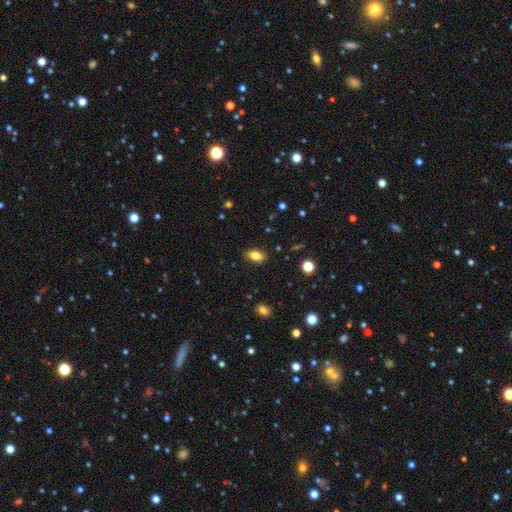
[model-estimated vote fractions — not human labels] smooth 82%, star or artifact 9%, featured or disk 9%. Down the decision tree: how rounded — in between (89%); merging — none (85%).